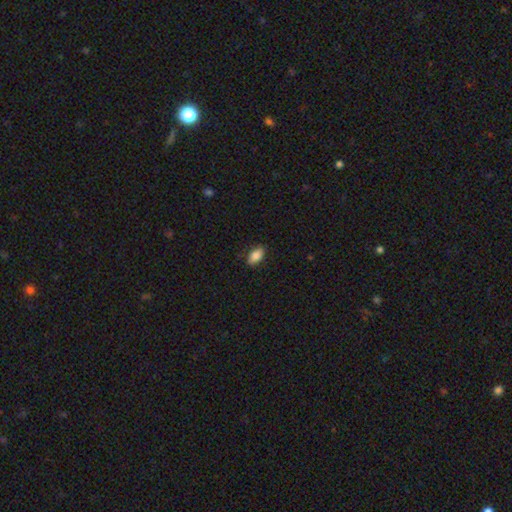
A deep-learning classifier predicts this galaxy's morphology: The model was most divided on "merging": none: 83%, minor disturbance: 13%, major disturbance: 3%, merger: 1%. More confident: how rounded — in between (90%); smooth or featured — smooth (83%).